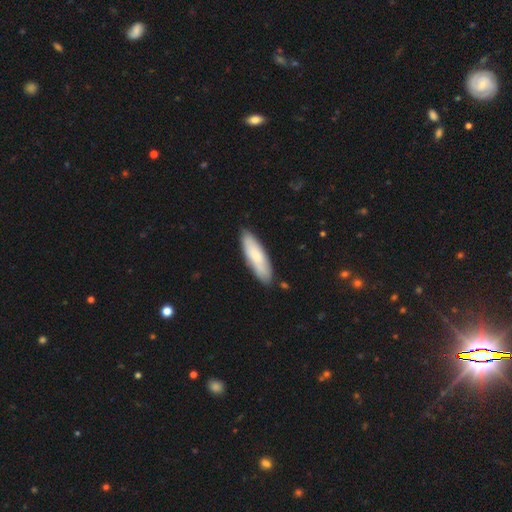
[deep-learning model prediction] Morphology: type=smooth (75%); roundness=cigar-shaped (62%); merging=none (86%).